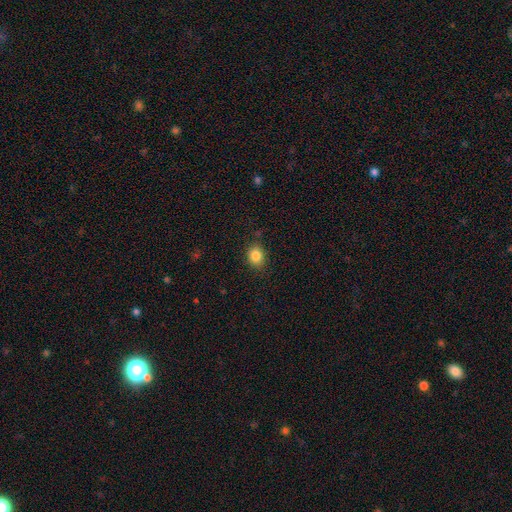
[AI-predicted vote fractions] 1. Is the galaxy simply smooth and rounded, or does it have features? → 85% smooth, 10% star or artifact, 5% featured or disk.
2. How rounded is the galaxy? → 53% round, 46% in between, 1% cigar-shaped.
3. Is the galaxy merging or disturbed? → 84% none, 11% minor disturbance, 3% major disturbance, 1% merger.